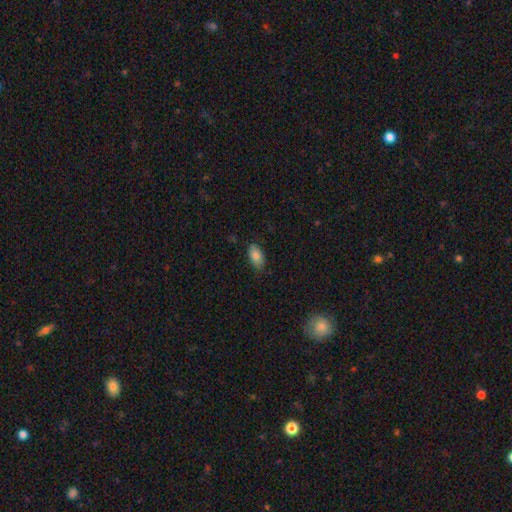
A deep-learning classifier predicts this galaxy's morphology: Q: Smooth or featured?
A: smooth (84%); runner-up: featured or disk (9%)
Q: How rounded?
A: in between (93%); runner-up: round (4%)
Q: Merging?
A: none (81%); runner-up: minor disturbance (15%)